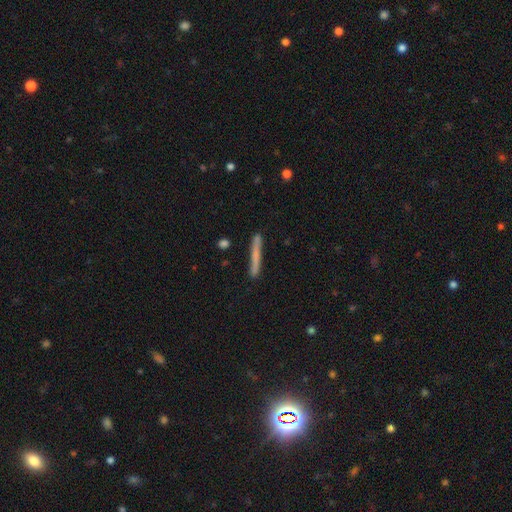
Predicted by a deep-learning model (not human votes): Overall: smooth (65%; featured or disk 29%). How rounded: cigar-shaped (97%). Merging: none (86%).